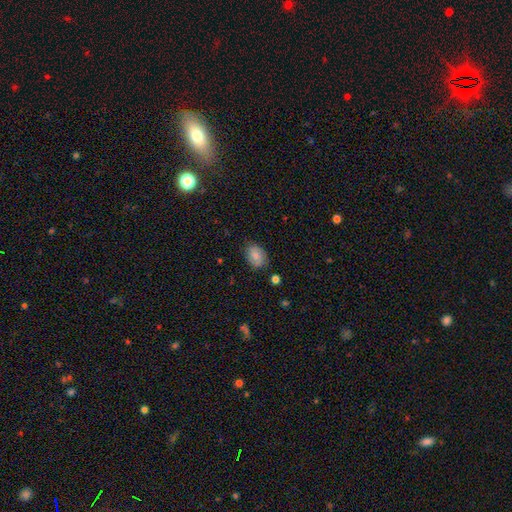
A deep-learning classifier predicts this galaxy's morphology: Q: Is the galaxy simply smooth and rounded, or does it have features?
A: smooth — 79%.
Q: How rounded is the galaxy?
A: in between — 79%.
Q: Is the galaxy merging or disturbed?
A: none — 76%.